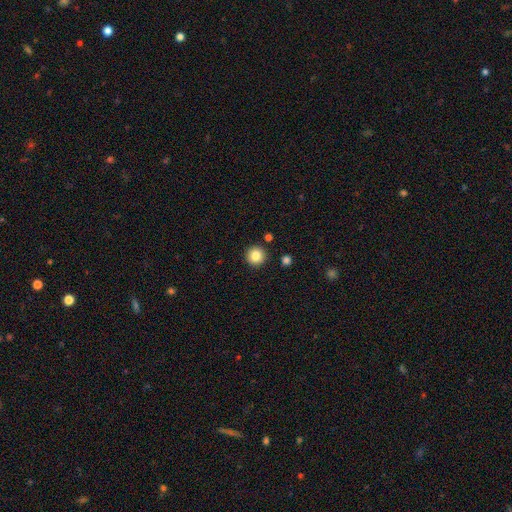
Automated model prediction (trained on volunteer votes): A smooth galaxy with no disk features (85%) that is round (95%). Merging: none (91%).